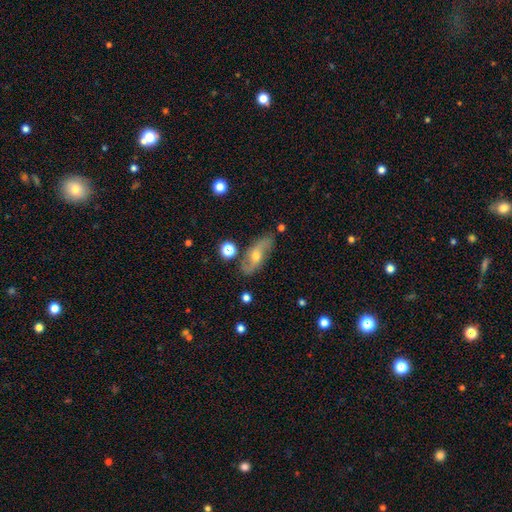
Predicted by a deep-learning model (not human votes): Overall: featured or disk (69%). Edge-on disk: no (84%). Bar: no (61%; weak 29%). Spiral arms: yes (85%). Bulge size: moderate (60%; small 34%). Merging: none (78%).